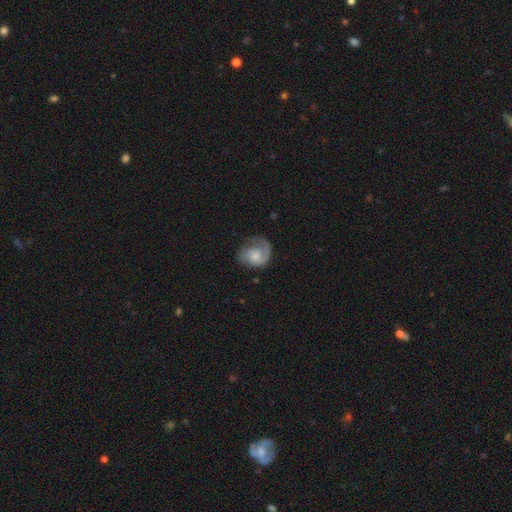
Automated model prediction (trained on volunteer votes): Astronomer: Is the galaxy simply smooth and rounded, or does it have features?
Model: featured or disk — 69%.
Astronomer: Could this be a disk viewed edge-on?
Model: no — 98%.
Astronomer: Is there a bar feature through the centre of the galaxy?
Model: no — 71%.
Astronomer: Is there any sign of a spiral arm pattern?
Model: yes — 92%.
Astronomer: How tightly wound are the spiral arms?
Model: medium — 41% (runner-up: tight, 37%).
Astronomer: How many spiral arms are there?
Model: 1 — 48% (runner-up: 2, 40%).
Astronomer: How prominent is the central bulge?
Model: small — 44% (runner-up: moderate, 39%).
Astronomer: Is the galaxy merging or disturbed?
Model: none — 56%.